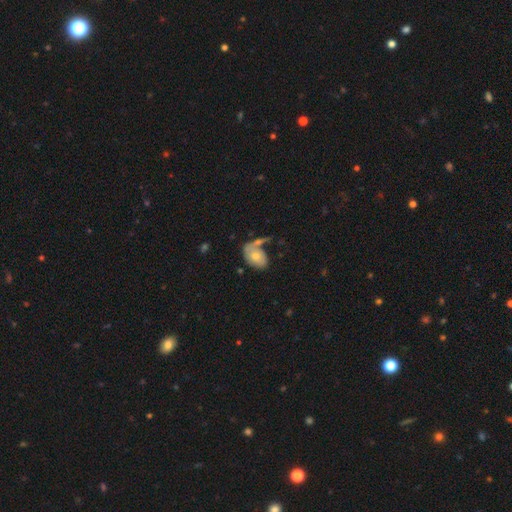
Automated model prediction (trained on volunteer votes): smooth_or_featured: smooth (p=0.63) [alt: featured or disk p=0.30]
how_rounded: in between (p=0.85) [alt: round p=0.13]
merging: none (p=0.41) [alt: merger p=0.24]